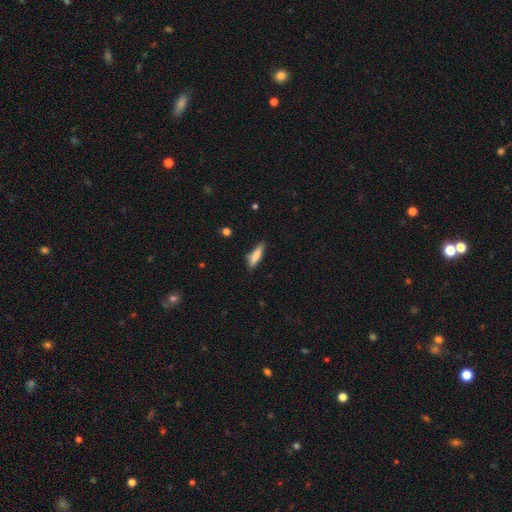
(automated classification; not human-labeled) Smooth or featured? Predicted: smooth (p=0.79). How rounded? Predicted: cigar-shaped (p=0.71). Merging? Predicted: none (p=0.79).